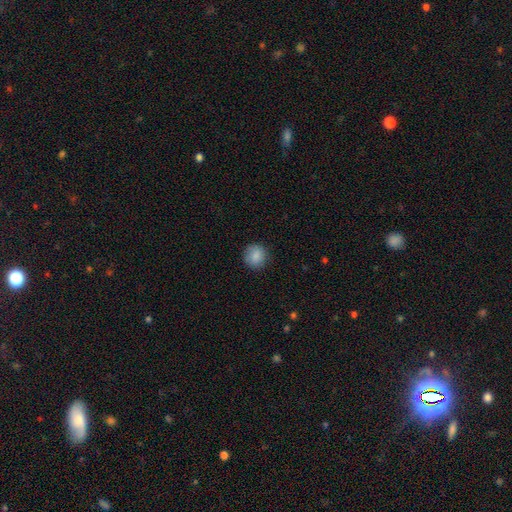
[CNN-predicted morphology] type=smooth (87%); roundness=round (86%); merging=none (86%).